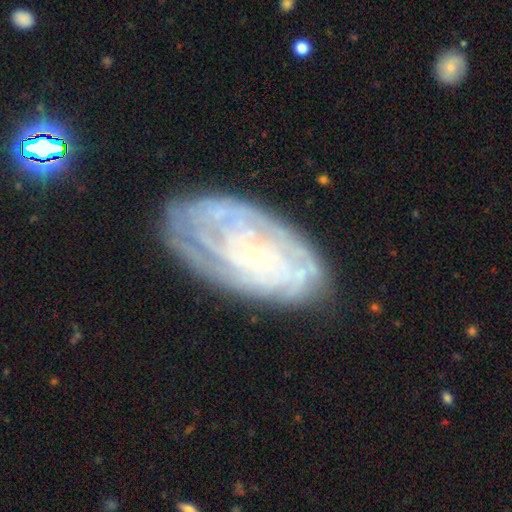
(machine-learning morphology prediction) smooth_or_featured: featured or disk (p=0.79) [alt: smooth p=0.13]
disk_edge_on: no (p=0.94) [alt: yes p=0.06]
bar: no (p=0.78) [alt: weak p=0.17]
has_spiral_arms: yes (p=0.89) [alt: no p=0.11]
spiral_winding: tight (p=0.79) [alt: medium p=0.17]
spiral_arm_count: can't tell (p=0.50) [alt: 4 p=0.13]
bulge_size: small (p=0.83) [alt: moderate p=0.13]
merging: none (p=0.76) [alt: minor disturbance p=0.17]